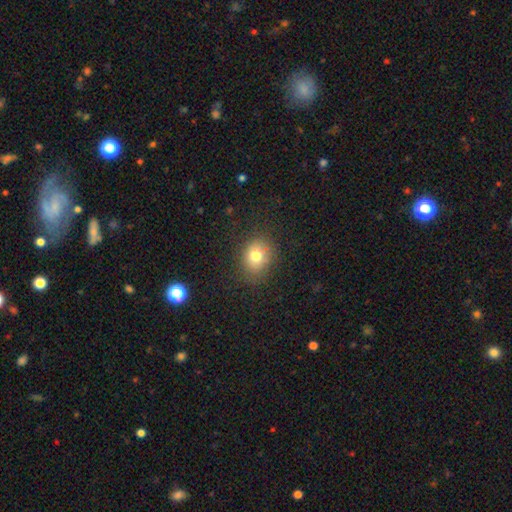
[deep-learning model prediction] Smooth or featured: smooth — 78% (star or artifact — 13%)
How rounded: round — 62% (in between — 37%)
Merging: none — 79% (minor disturbance — 14%)